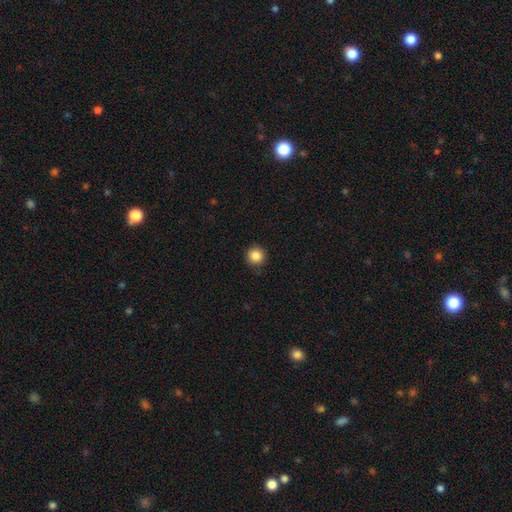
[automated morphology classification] Smooth or featured? Predicted: smooth (p=0.86). How rounded? Predicted: round (p=0.95). Merging? Predicted: none (p=0.91).